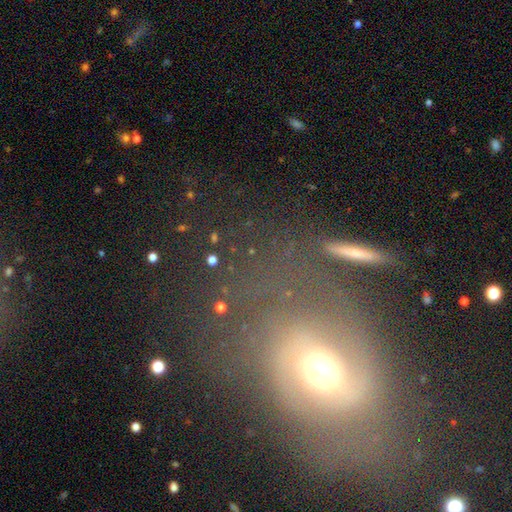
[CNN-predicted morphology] This is marginally a featured or disk galaxy (43%). Merging: likely none (65%).